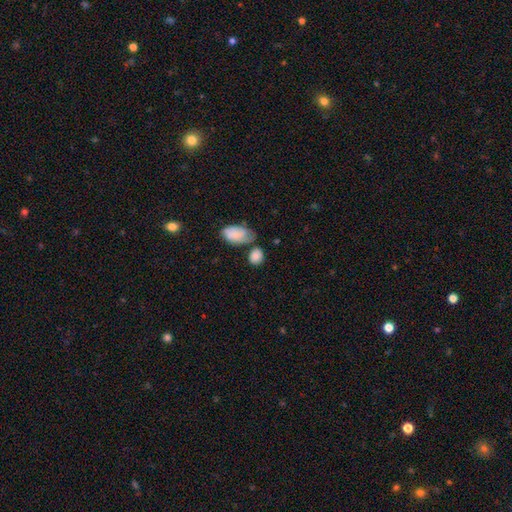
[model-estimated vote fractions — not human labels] This appears to be a smooth galaxy with no disk features (84%) that is in between round and cigar-shaped (53%). Merging: none (54%).